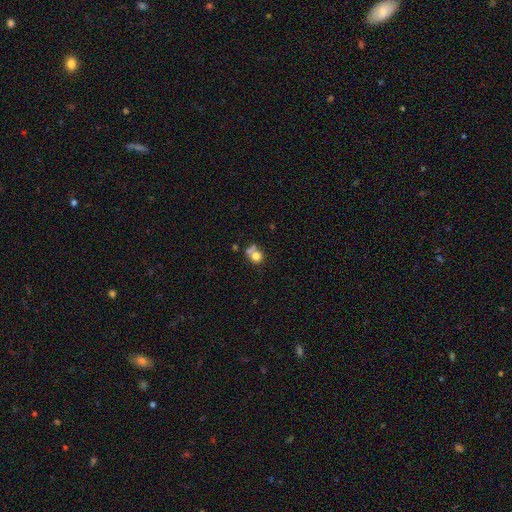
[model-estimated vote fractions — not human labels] Smooth or featured: smooth — 73% (featured or disk — 15%)
How rounded: round — 79% (in between — 20%)
Merging: merger — 41% (none — 40%)